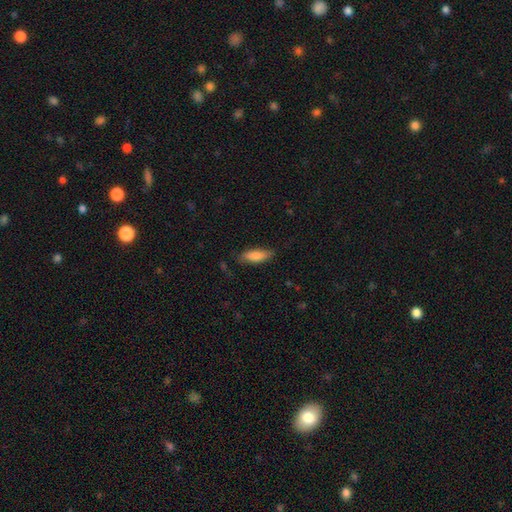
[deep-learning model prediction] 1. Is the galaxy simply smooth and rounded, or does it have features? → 82% smooth, 12% featured or disk, 6% star or artifact.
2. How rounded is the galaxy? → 61% in between, 37% cigar-shaped, 2% round.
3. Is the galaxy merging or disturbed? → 76% none, 18% minor disturbance, 4% major disturbance, 1% merger.